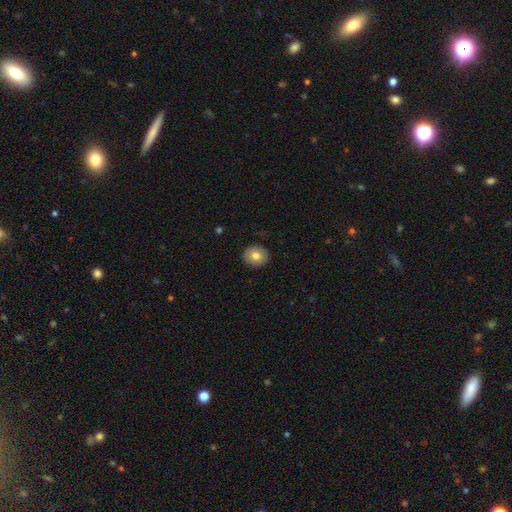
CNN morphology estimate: Smooth or featured? smooth (77%)
How rounded? round (73%)
Merging? none (90%)